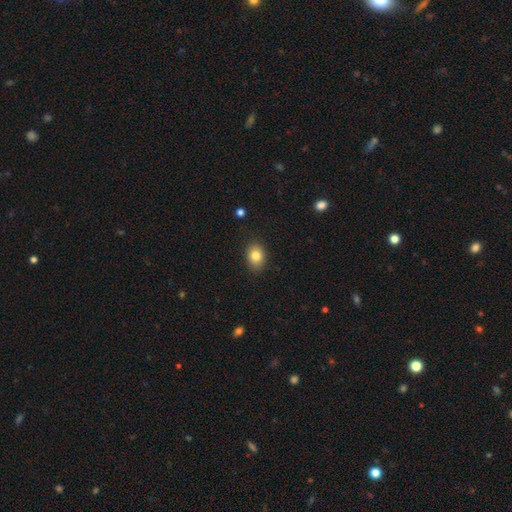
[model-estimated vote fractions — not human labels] Q: Smooth or featured?
A: smooth (83%); runner-up: star or artifact (10%)
Q: How rounded?
A: in between (66%); runner-up: round (33%)
Q: Merging?
A: none (85%); runner-up: minor disturbance (11%)